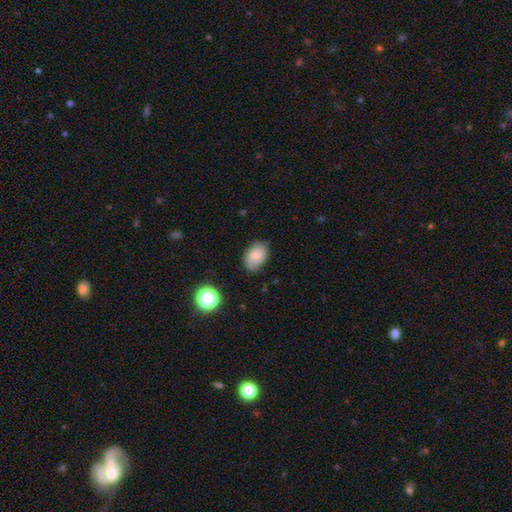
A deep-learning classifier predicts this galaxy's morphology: A smooth galaxy with no disk features (77%) that is in between round and cigar-shaped (82%). Merging: none (69%).